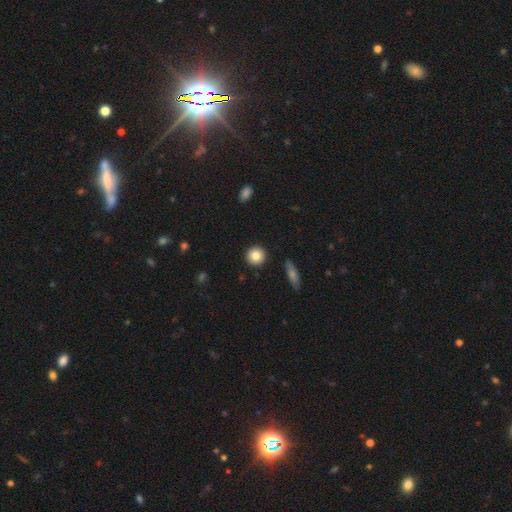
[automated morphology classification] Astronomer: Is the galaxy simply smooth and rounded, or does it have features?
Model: smooth — 83%.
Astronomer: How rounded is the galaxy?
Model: round — 93%.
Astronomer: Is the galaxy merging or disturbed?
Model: none — 91%.